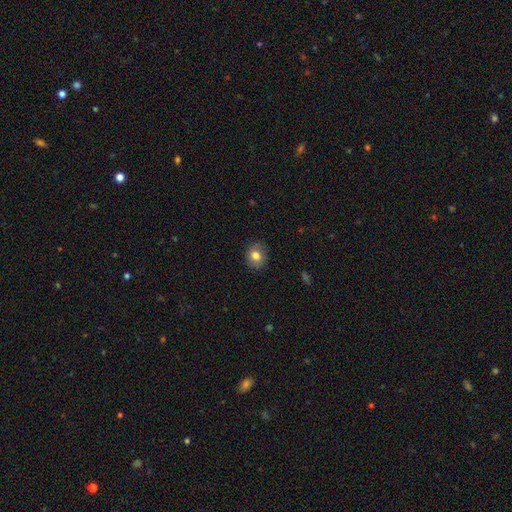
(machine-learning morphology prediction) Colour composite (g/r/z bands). It shows a smooth galaxy with no disk features (79%) that is round (69%). Merging: none (87%).